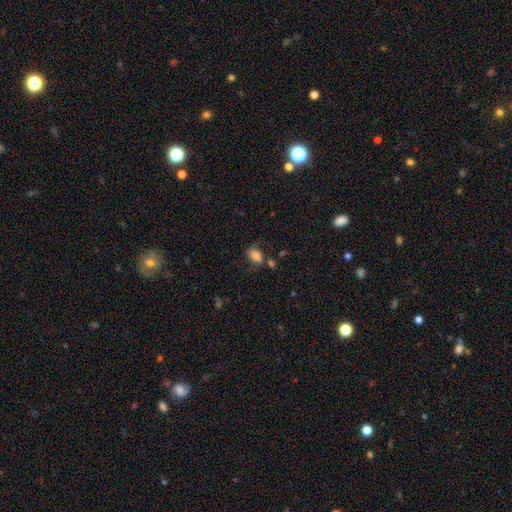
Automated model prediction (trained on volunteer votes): Smooth or featured?
  - smooth: 71% *
  - featured or disk: 18%
  - star or artifact: 11%
How rounded?
  - in between: 83% *
  - round: 15%
  - cigar-shaped: 2%
Merging?
  - none: 51% *
  - minor disturbance: 23%
  - major disturbance: 14%
  - merger: 12%